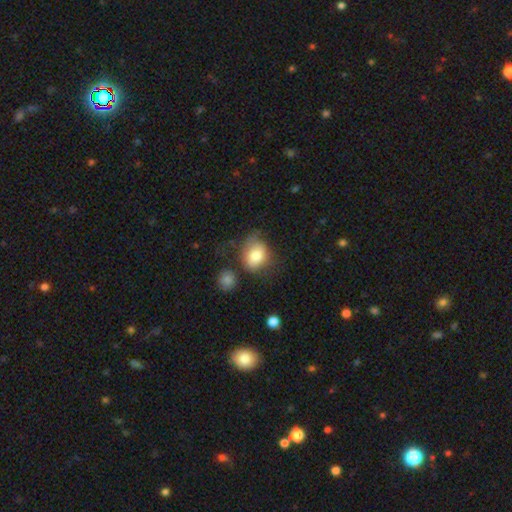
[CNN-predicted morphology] Smooth or featured?
  - smooth: 79% *
  - featured or disk: 13%
  - star or artifact: 8%
How rounded?
  - round: 50% *
  - in between: 49%
  - cigar-shaped: 1%
Merging?
  - none: 51% *
  - minor disturbance: 29%
  - major disturbance: 14%
  - merger: 7%